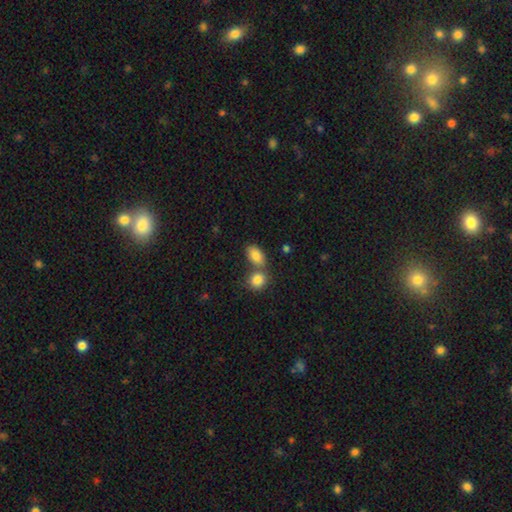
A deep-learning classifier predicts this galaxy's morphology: Smooth or featured? Predicted: smooth (p=0.84). How rounded? Predicted: in between (p=0.88). Merging? Predicted: none (p=0.48).